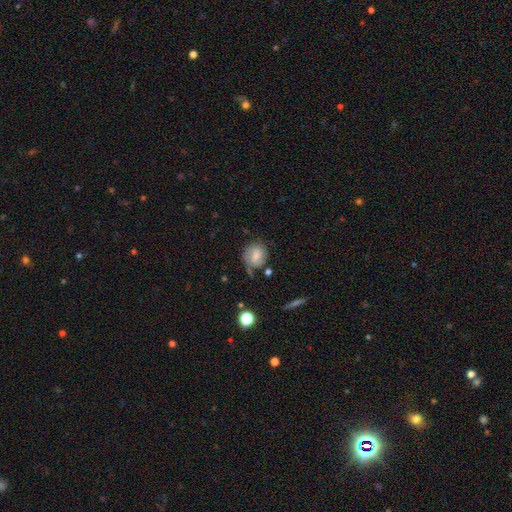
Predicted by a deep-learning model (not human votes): Q: Smooth or featured?
A: smooth (66%); runner-up: featured or disk (25%)
Q: How rounded?
A: round (70%); runner-up: in between (29%)
Q: Merging?
A: none (53%); runner-up: minor disturbance (29%)